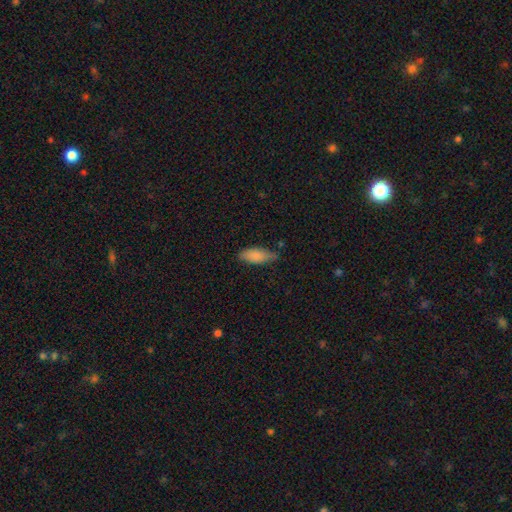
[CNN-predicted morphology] This appears to be a smooth galaxy with no disk features (84%) that is in between round and cigar-shaped (75%). Merging: none (68%).